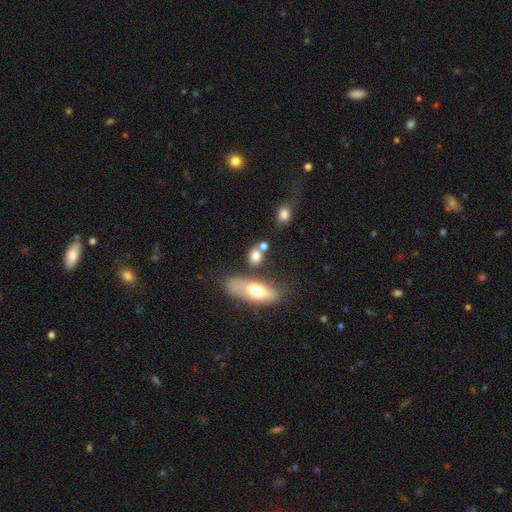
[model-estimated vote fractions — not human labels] Smooth or featured? smooth (75%)
How rounded? in between (60%)
Merging? none (55%)